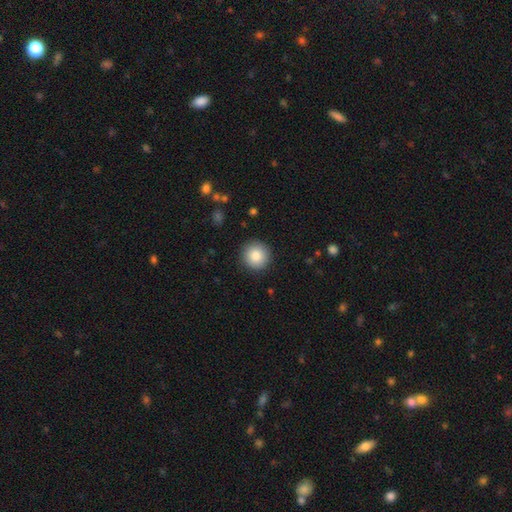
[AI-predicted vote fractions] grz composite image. It shows a smooth galaxy with no disk features (84%) that is round (96%). Merging: none (91%).